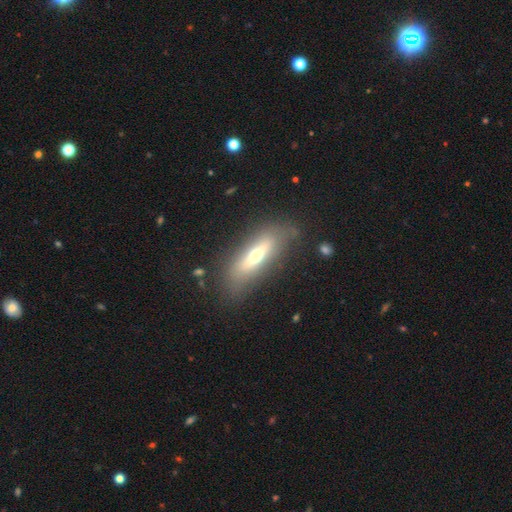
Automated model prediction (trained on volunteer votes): The model was most divided on "smooth or featured": featured or disk: 49%, smooth: 43%, star or artifact: 8%. More confident: merging — none (77%).